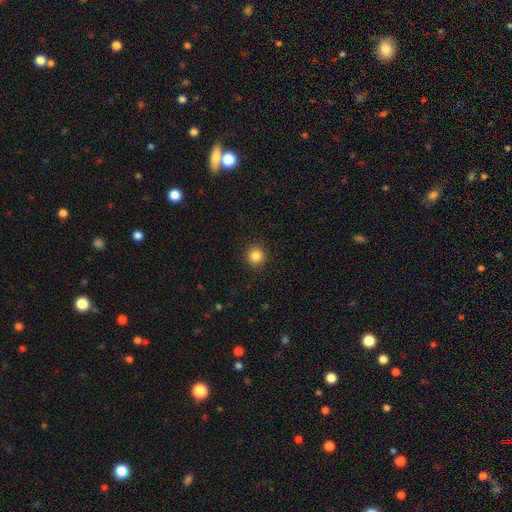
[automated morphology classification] A smooth galaxy with no disk features (85%) that is round (95%). Merging: none (91%).